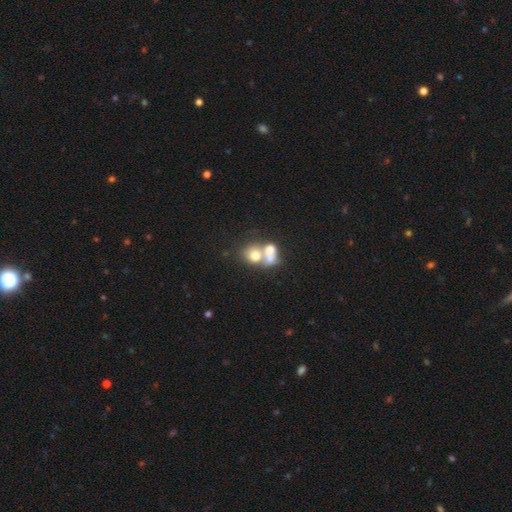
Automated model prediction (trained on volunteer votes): A smooth galaxy with no disk features (66%) that is round (57%). Merging: merger (67%).